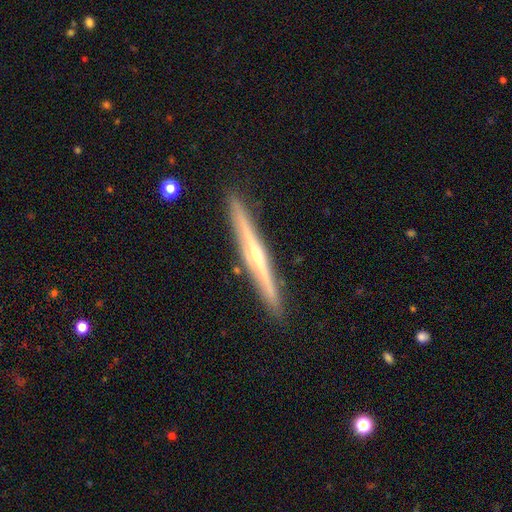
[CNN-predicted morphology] The model was most divided on "smooth or featured": featured or disk: 78%, smooth: 16%, star or artifact: 6%. More confident: edge-on disk — yes (98%); merging — none (91%); edge-on bulge — rounded (81%).